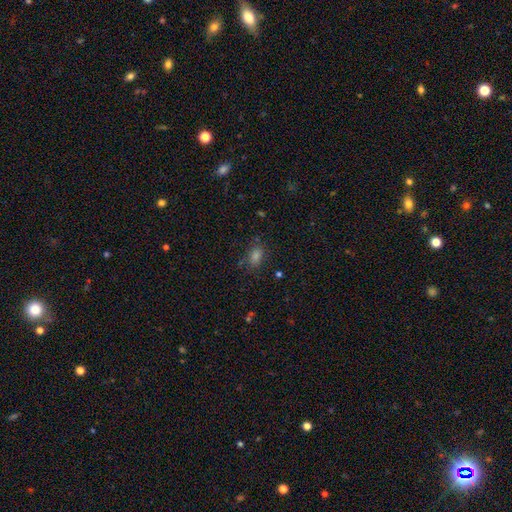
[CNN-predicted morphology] smooth_or_featured: smooth (p=0.67) [alt: star or artifact p=0.25]
how_rounded: in between (p=0.78) [alt: round p=0.19]
merging: none (p=0.77) [alt: minor disturbance p=0.14]